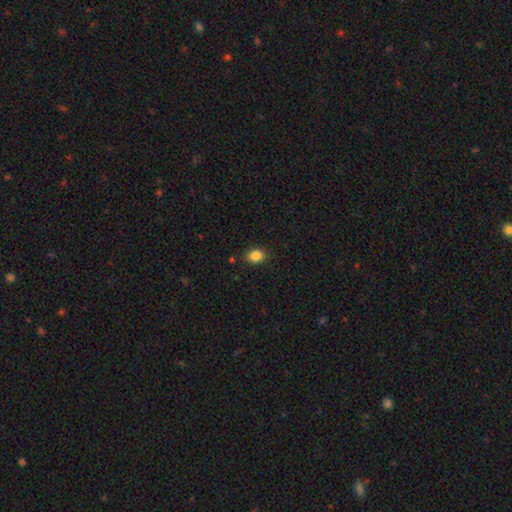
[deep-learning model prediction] This appears to be a smooth galaxy with no disk features (86%) that is in between round and cigar-shaped (61%). Merging: none (87%).